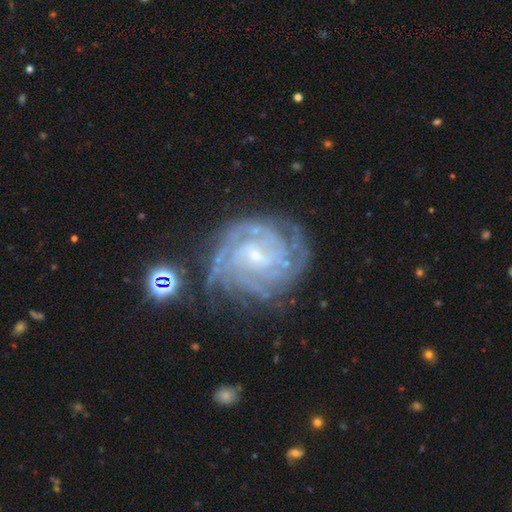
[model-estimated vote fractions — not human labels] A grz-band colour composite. It shows a featured or disk galaxy (87%) with no bar (45%), tight (72%) spiral arms (96%) and a small central bulge (81%). Merging: none (68%).